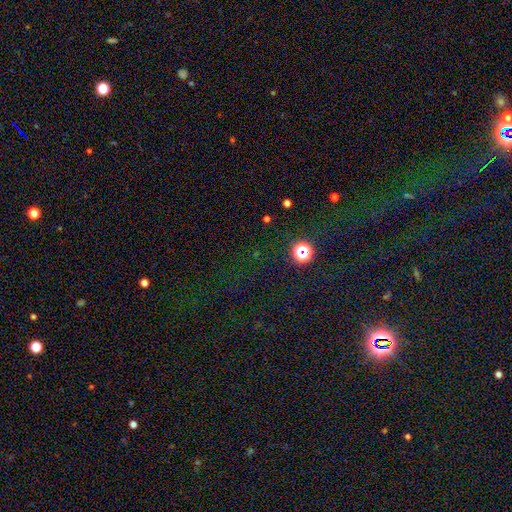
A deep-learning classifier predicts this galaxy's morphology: Smooth or featured? Predicted: star or artifact (p=0.76).